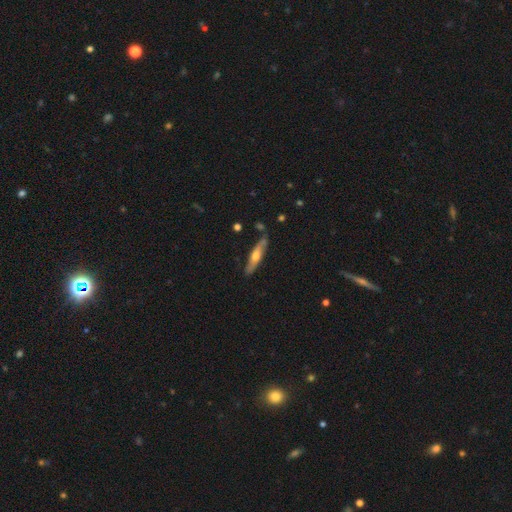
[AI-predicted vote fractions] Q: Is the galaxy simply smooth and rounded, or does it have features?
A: featured or disk — 52%.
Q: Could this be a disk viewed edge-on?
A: yes — 82%.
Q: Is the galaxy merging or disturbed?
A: none — 77%.